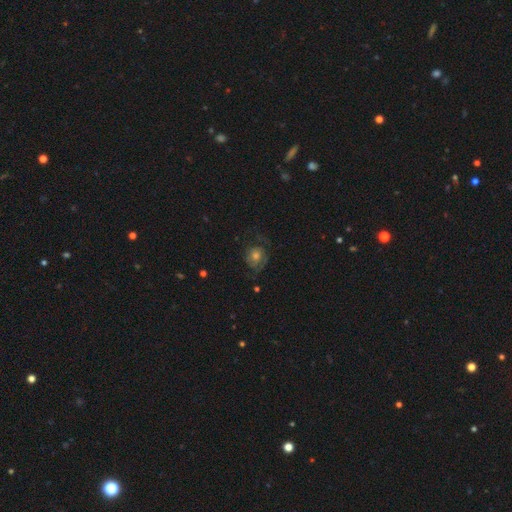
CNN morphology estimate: type=featured or disk (50%); edge-on=no (96%); merging=none (57%).